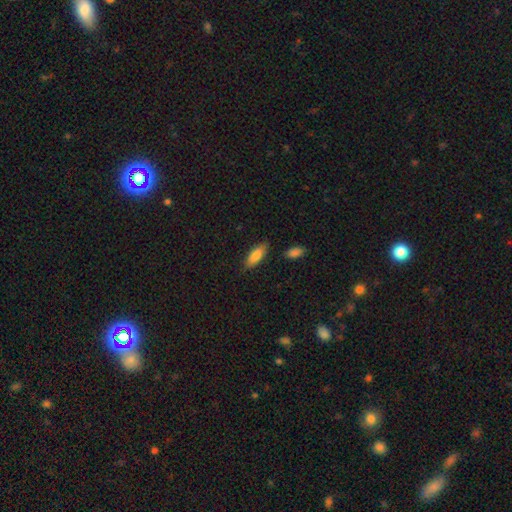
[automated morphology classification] Smooth or featured?
  - smooth: 82% *
  - featured or disk: 12%
  - star or artifact: 6%
How rounded?
  - in between: 68% *
  - cigar-shaped: 30%
  - round: 2%
Merging?
  - none: 81% *
  - minor disturbance: 14%
  - merger: 3%
  - major disturbance: 3%